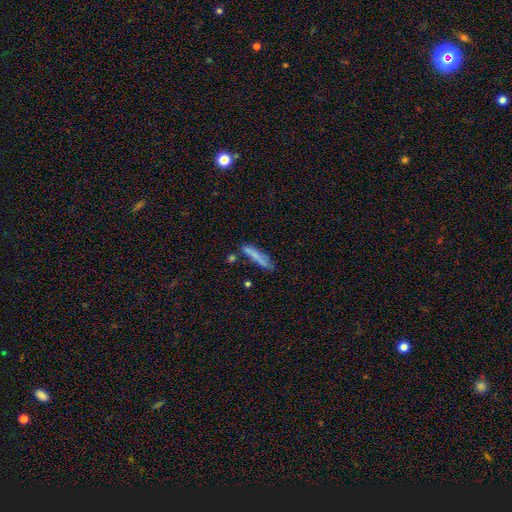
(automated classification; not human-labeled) Smooth or featured? smooth (73%)
How rounded? cigar-shaped (89%)
Merging? none (66%)